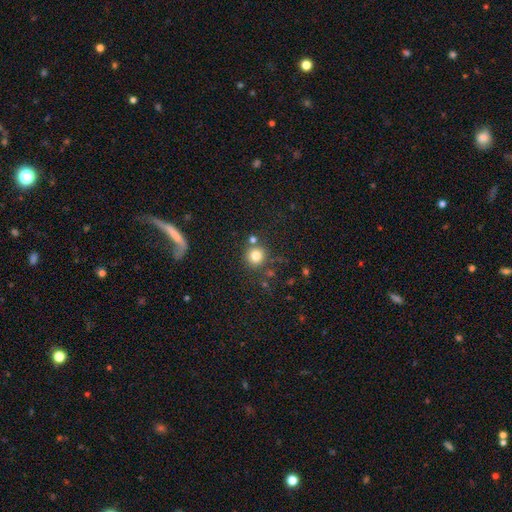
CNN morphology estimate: smooth 80%, star or artifact 12%, featured or disk 7%. Down the decision tree: how rounded — round (92%); merging — none (77%).